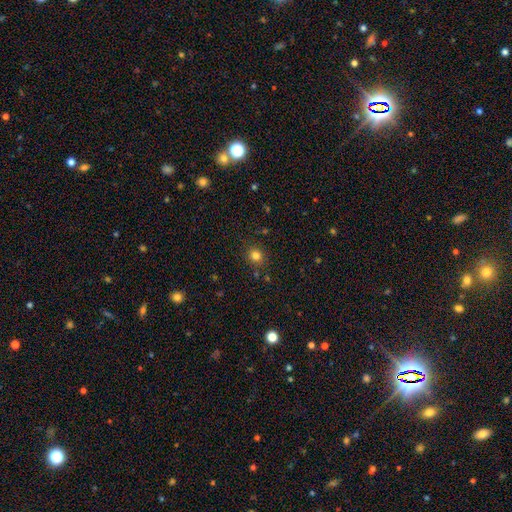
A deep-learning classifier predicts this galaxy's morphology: A smooth galaxy with no disk features (80%) that is round (86%).

Vote fractions:
- Smooth or featured? smooth: 80% / star or artifact: 15% / featured or disk: 5%
- How rounded? round: 86% / in between: 13% / cigar-shaped: 1%
- Merging? none: 86% / minor disturbance: 8% / merger: 3% / major disturbance: 3%